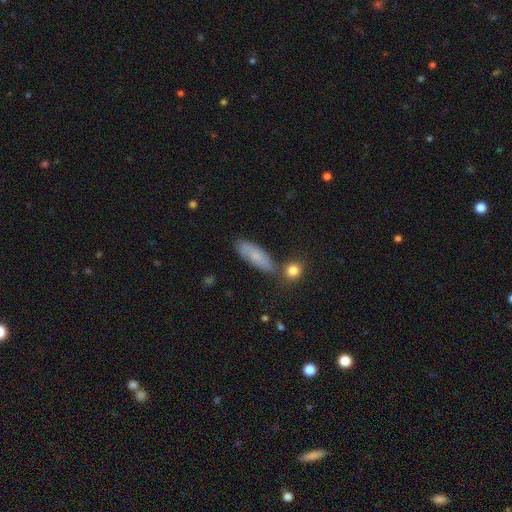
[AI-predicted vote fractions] The model was most divided on "how rounded": in between: 64%, cigar-shaped: 33%, round: 3%. More confident: smooth or featured — smooth (69%); merging — none (68%).